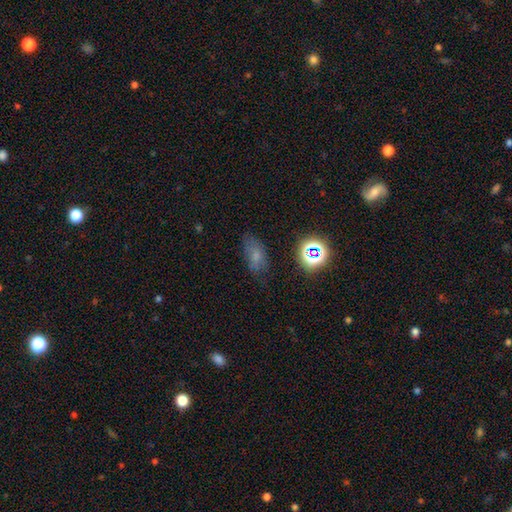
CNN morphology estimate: type=smooth (64%); roundness=in between (86%); merging=none (62%).